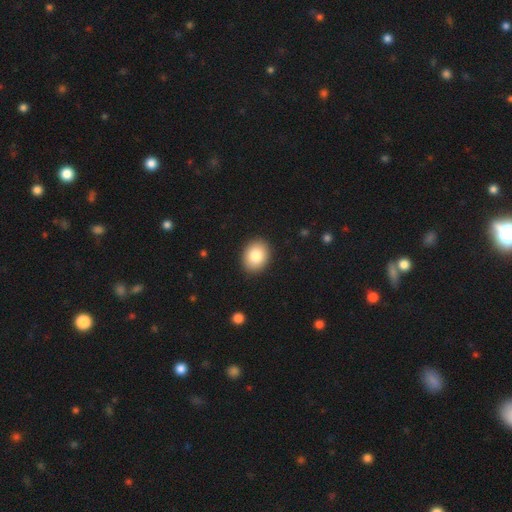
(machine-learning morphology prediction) Smooth or featured: smooth — 82% (featured or disk — 9%)
How rounded: in between — 53% (round — 46%)
Merging: none — 90% (minor disturbance — 7%)